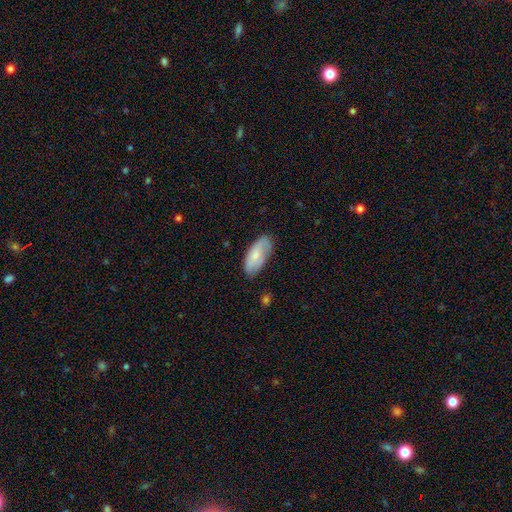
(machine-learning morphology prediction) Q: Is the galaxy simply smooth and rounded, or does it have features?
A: smooth — 68%.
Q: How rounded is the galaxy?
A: in between — 89%.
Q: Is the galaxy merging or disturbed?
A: none — 70%.